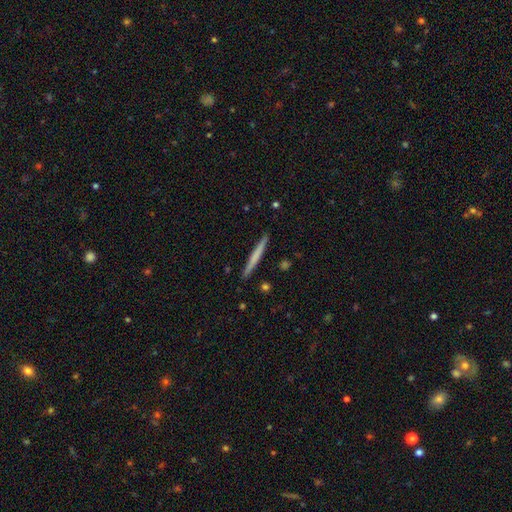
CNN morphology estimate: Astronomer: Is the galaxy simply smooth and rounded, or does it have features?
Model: smooth — 57% (runner-up: featured or disk, 38%).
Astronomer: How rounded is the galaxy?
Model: cigar-shaped — 97%.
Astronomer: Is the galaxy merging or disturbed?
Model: none — 92%.